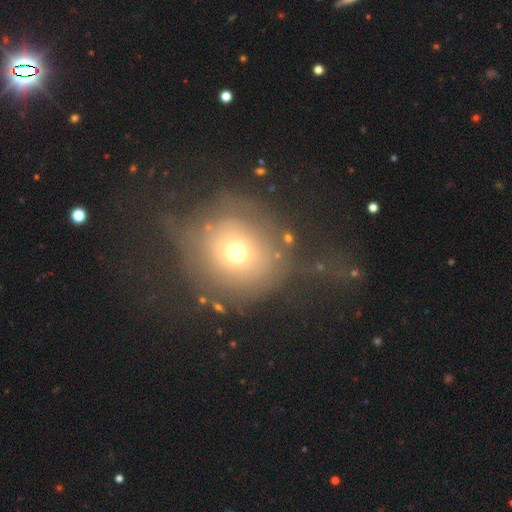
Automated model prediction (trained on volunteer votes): smooth_or_featured: smooth (p=0.59) [alt: featured or disk p=0.24]
how_rounded: round (p=0.87) [alt: in between p=0.12]
merging: none (p=0.43) [alt: major disturbance p=0.36]